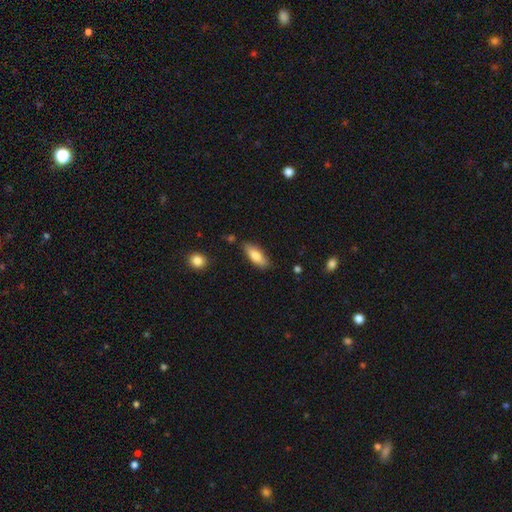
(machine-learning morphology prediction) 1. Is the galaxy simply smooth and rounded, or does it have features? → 79% smooth, 15% featured or disk, 6% star or artifact.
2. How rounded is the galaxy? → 66% in between, 32% cigar-shaped, 2% round.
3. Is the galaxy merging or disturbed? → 82% none, 13% minor disturbance, 3% merger, 2% major disturbance.